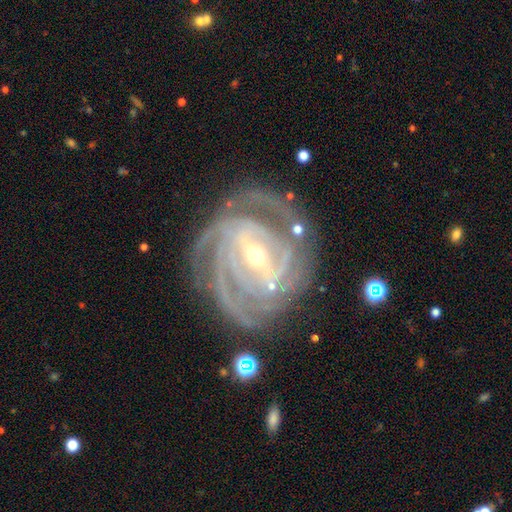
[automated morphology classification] smooth_or_featured: featured or disk (p=0.92) [alt: star or artifact p=0.05]
disk_edge_on: no (p=0.97) [alt: yes p=0.03]
bar: strong (p=0.51) [alt: weak p=0.36]
has_spiral_arms: yes (p=0.98) [alt: no p=0.02]
spiral_winding: tight (p=0.73) [alt: medium p=0.24]
spiral_arm_count: 4 (p=0.34) [alt: 3 p=0.26]
bulge_size: small (p=0.57) [alt: moderate p=0.40]
merging: none (p=0.73) [alt: minor disturbance p=0.17]